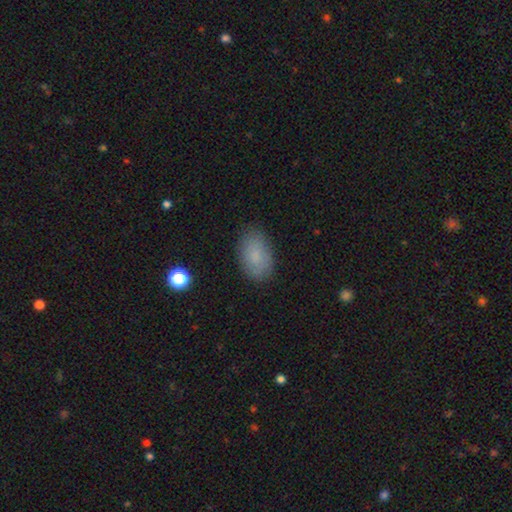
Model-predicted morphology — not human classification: This is clearly a smooth galaxy (83%). How rounded: clearly in between (91%). Merging: clearly none (83%).